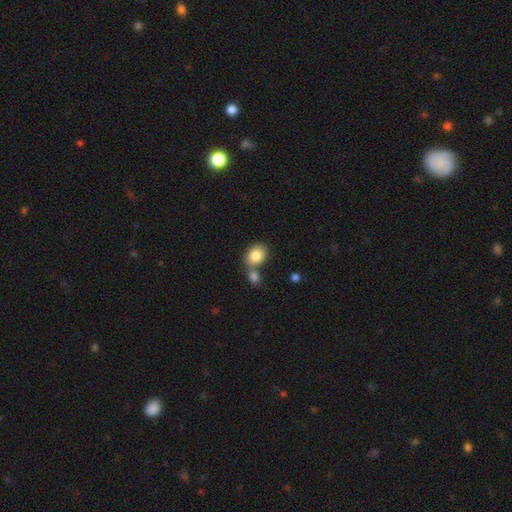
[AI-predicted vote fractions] Q: Smooth or featured?
A: smooth (84%); runner-up: star or artifact (8%)
Q: How rounded?
A: in between (53%); runner-up: round (46%)
Q: Merging?
A: none (46%); runner-up: merger (41%)